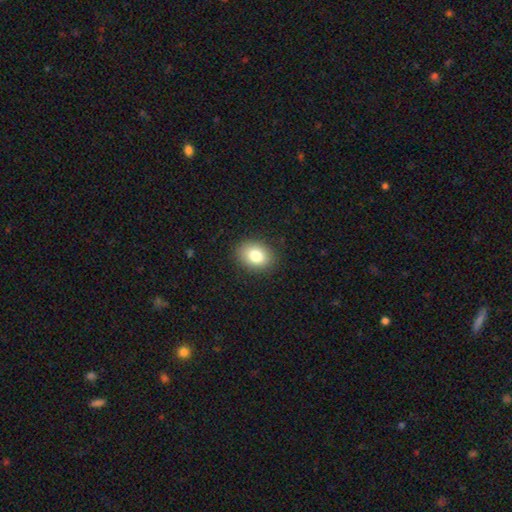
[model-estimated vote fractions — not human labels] Overall: smooth (81%). How rounded: in between (62%; round 37%). Merging: none (88%).